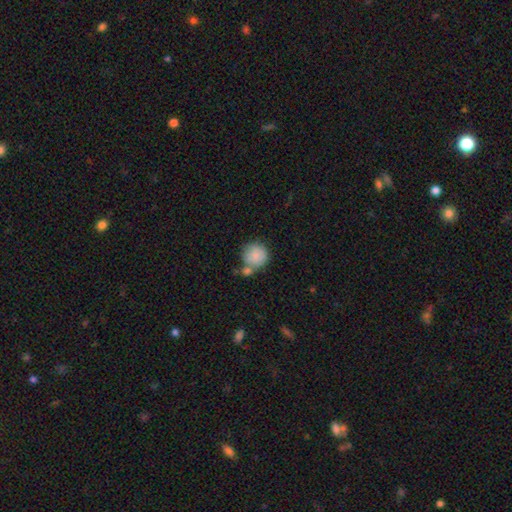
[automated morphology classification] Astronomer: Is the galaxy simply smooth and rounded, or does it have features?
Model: smooth — 85%.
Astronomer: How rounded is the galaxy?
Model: round — 90%.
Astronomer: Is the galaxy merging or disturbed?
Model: none — 50% (runner-up: merger, 28%).